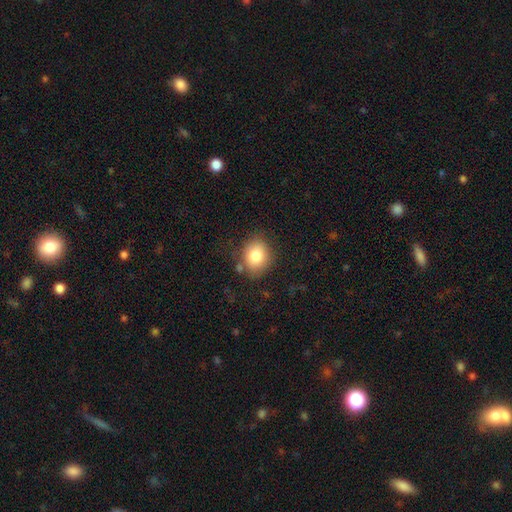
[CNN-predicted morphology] smooth-or-featured: smooth: 81% | featured or disk: 9% | star or artifact: 9%
  how-rounded: round: 61% | in between: 38% | cigar-shaped: 1%
  merging: none: 77% | minor disturbance: 15% | major disturbance: 4% | merger: 4%